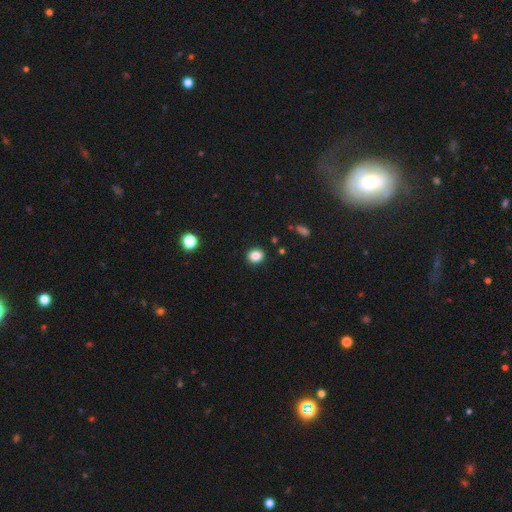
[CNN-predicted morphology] smooth-or-featured: smooth: 85% | star or artifact: 11% | featured or disk: 5%
  how-rounded: round: 74% | in between: 25% | cigar-shaped: 1%
  merging: none: 91% | minor disturbance: 6% | major disturbance: 2% | merger: 1%